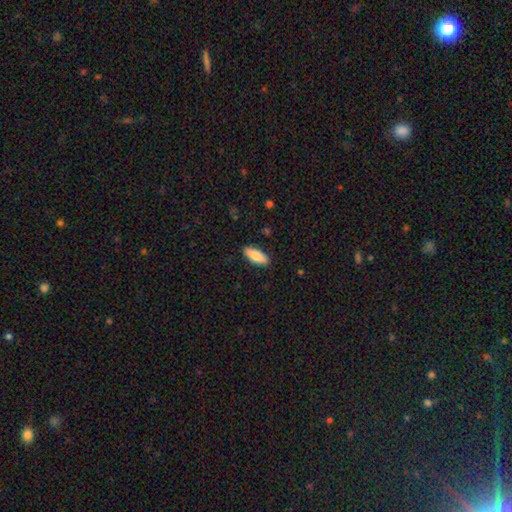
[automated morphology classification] smooth 80%, featured or disk 14%, star or artifact 6%. Down the decision tree: how rounded — in between (79%); merging — none (89%).